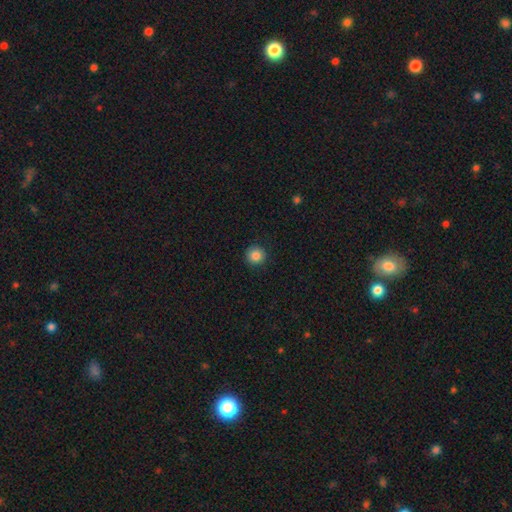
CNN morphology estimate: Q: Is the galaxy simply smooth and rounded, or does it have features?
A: smooth — 86%.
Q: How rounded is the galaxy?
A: round — 95%.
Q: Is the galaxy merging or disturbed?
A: none — 92%.